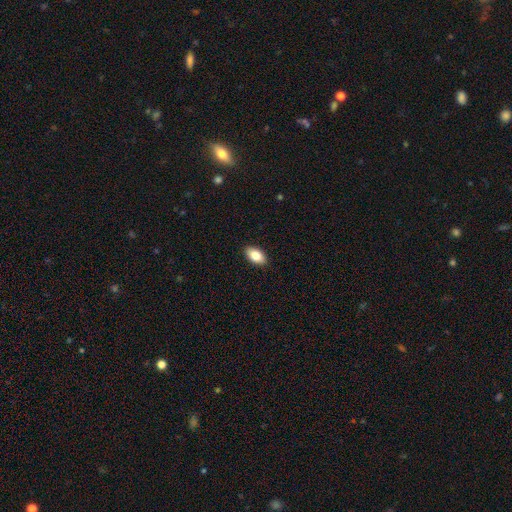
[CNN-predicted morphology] smooth 85%, featured or disk 8%, star or artifact 7%. Down the decision tree: how rounded — in between (93%); merging — none (90%).